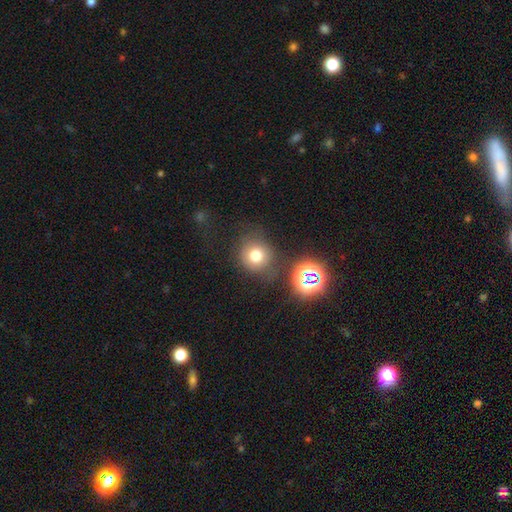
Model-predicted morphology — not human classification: smooth_or_featured: smooth (p=0.72) [alt: star or artifact p=0.18]
how_rounded: round (p=0.89) [alt: in between p=0.10]
merging: none (p=0.70) [alt: minor disturbance p=0.14]